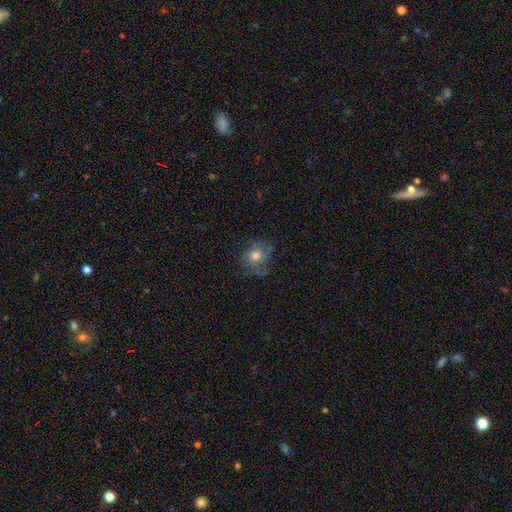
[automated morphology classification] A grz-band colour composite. It shows a smooth galaxy with no disk features (53%) that is round (62%). Merging: none (63%).